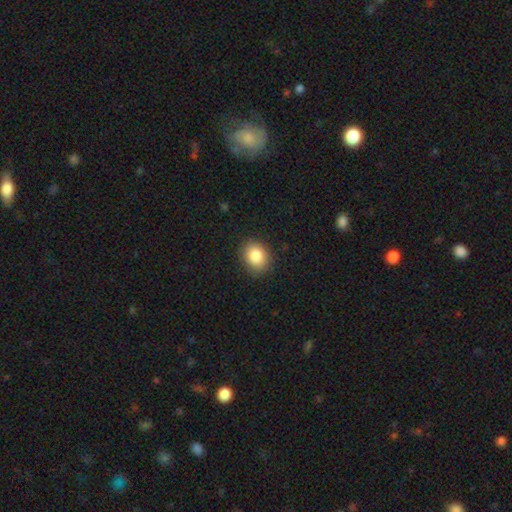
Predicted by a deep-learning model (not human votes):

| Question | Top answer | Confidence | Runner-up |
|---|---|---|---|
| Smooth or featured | smooth | 86% | star or artifact (9%) |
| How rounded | round | 61% | in between (38%) |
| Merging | none | 88% | minor disturbance (9%) |